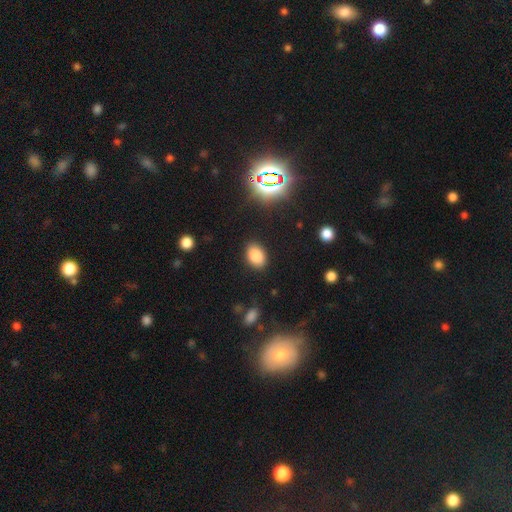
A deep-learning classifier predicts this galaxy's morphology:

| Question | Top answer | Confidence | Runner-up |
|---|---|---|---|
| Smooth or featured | smooth | 82% | star or artifact (12%) |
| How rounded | in between | 83% | round (16%) |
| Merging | none | 86% | minor disturbance (9%) |